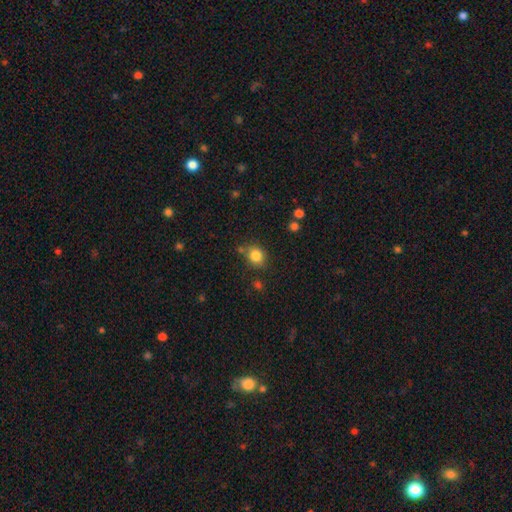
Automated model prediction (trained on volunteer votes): Q: Smooth or featured?
A: smooth (83%); runner-up: star or artifact (11%)
Q: How rounded?
A: round (72%); runner-up: in between (27%)
Q: Merging?
A: none (72%); runner-up: minor disturbance (15%)